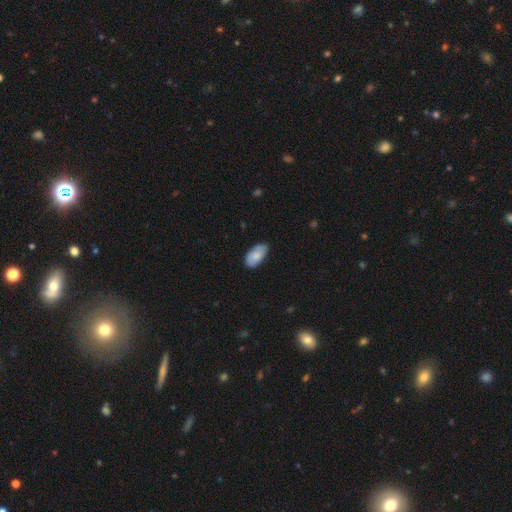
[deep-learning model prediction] Overall: smooth (81%). How rounded: in between (95%). Merging: none (78%).